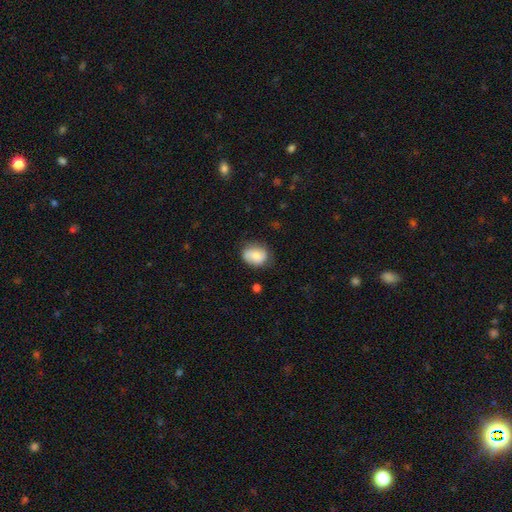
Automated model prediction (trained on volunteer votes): This appears to be a smooth galaxy with no disk features (76%) that is in between round and cigar-shaped (53%). Merging: none (68%).